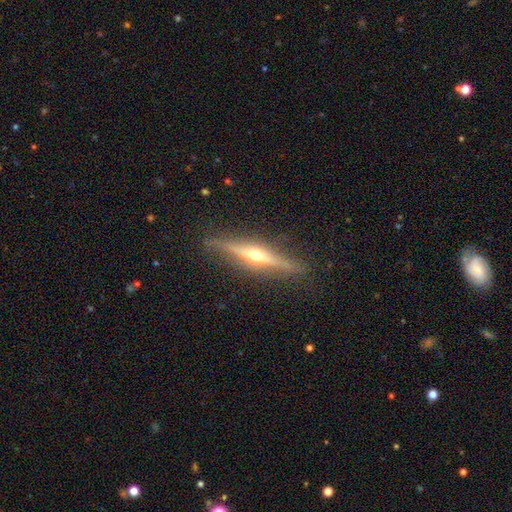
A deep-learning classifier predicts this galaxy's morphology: Smooth or featured? featured or disk (76%)
Edge-on disk? yes (96%)
Edge-on bulge? rounded (94%)
Merging? none (87%)